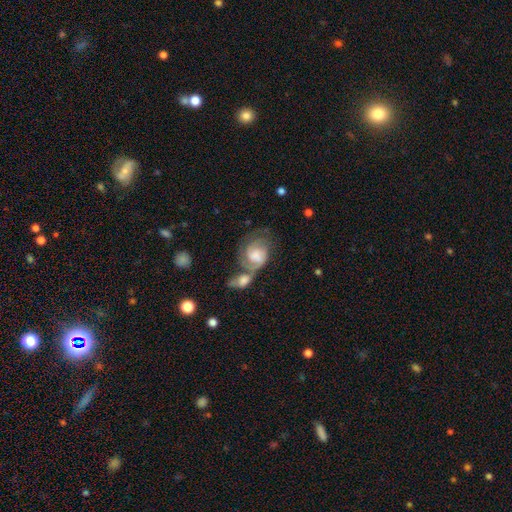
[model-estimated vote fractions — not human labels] Morphology: type=featured or disk (66%); edge-on=no (97%); bar=no (61%); spiral arms=yes (87%); winding=tight (42%); arm count=2 (58%); bulge=moderate (34%); merging=merger (46%).